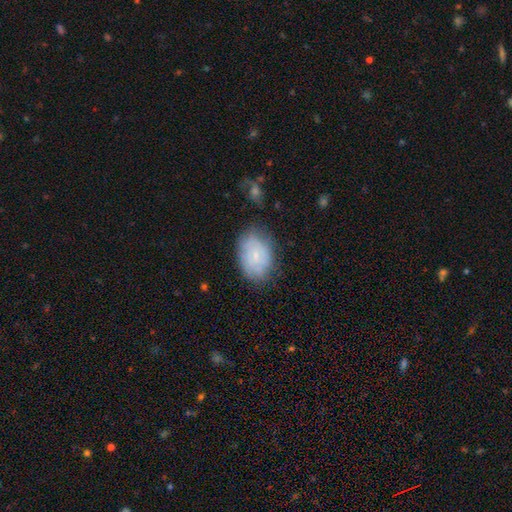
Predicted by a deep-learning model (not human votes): A smooth galaxy with no disk features (53%) that is in between round and cigar-shaped (80%).

Vote fractions:
- Smooth or featured? smooth: 53% / featured or disk: 39% / star or artifact: 9%
- How rounded? in between: 80% / round: 19% / cigar-shaped: 1%
- Merging? none: 71% / minor disturbance: 20% / major disturbance: 6% / merger: 2%